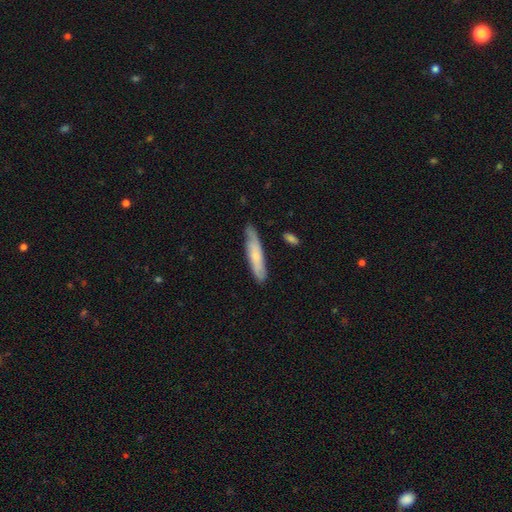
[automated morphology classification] Smooth or featured? Predicted: smooth (p=0.55). How rounded? Predicted: cigar-shaped (p=0.84). Merging? Predicted: none (p=0.75).